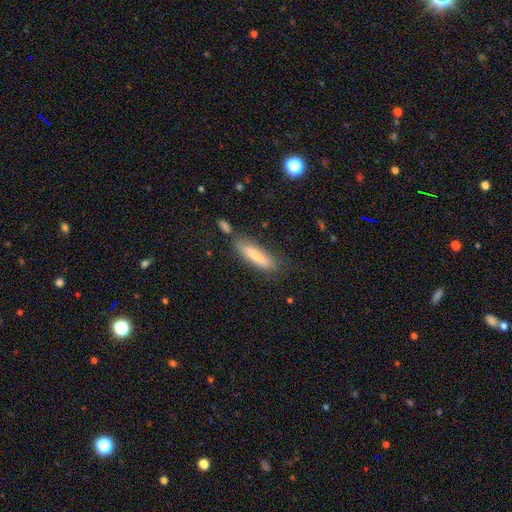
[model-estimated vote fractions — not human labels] Smooth or featured: smooth — 76% (featured or disk — 17%)
How rounded: cigar-shaped — 68% (in between — 31%)
Merging: none — 71% (minor disturbance — 16%)